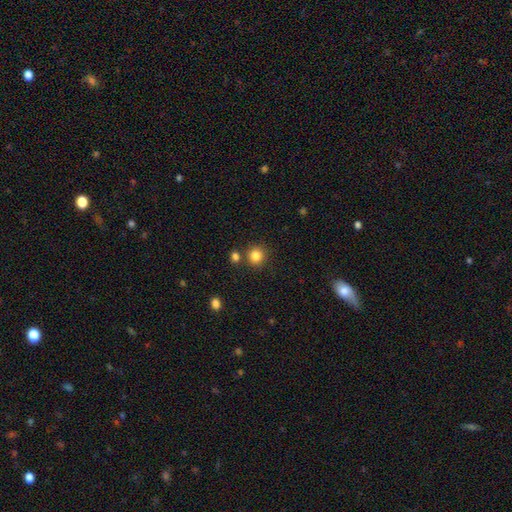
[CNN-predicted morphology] Overall: smooth (84%). How rounded: round (91%). Merging: none (80%).